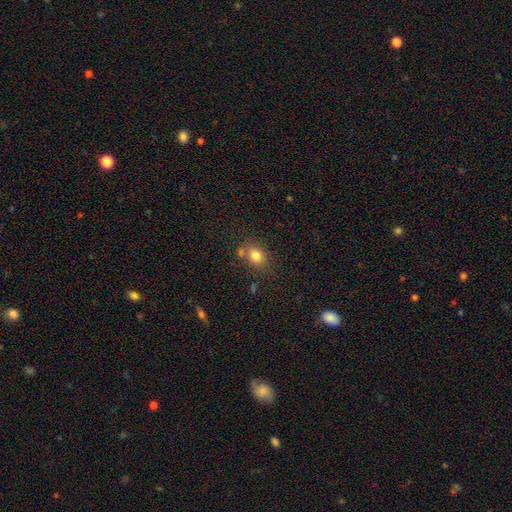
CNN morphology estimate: This appears to be a smooth galaxy with no disk features (80%) that is in between round and cigar-shaped (50%). Merging: none (67%).